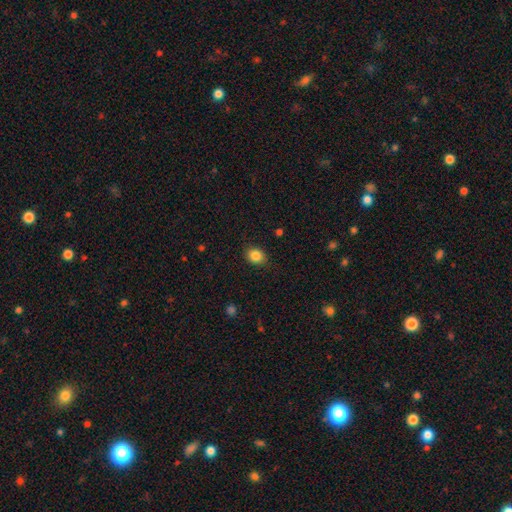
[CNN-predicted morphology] This appears to be a smooth galaxy with no disk features (86%) that is round (55%). Merging: none (86%).